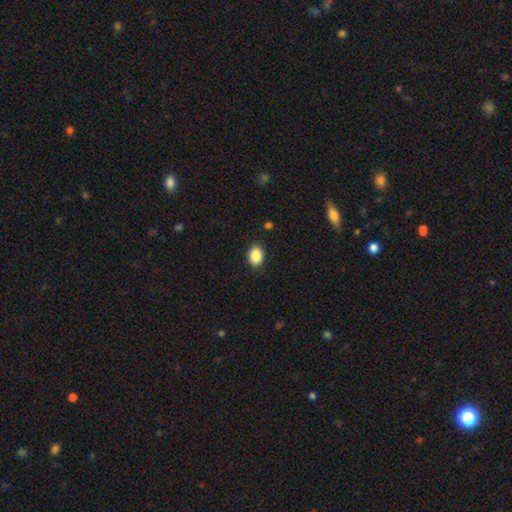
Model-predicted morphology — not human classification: Smooth or featured? smooth (88%)
How rounded? in between (72%)
Merging? none (88%)